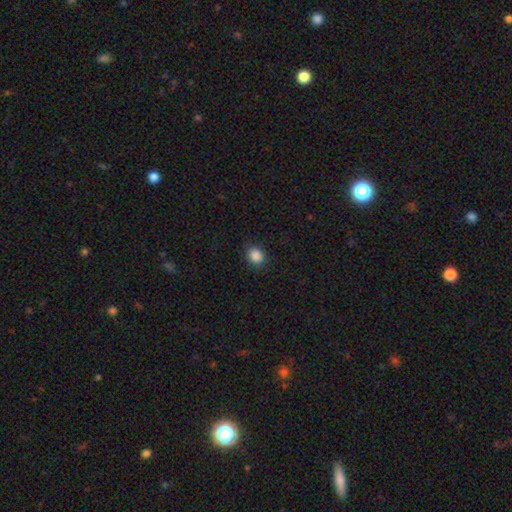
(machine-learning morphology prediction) Smooth or featured? Predicted: smooth (p=0.88). How rounded? Predicted: round (p=0.54). Merging? Predicted: none (p=0.88).